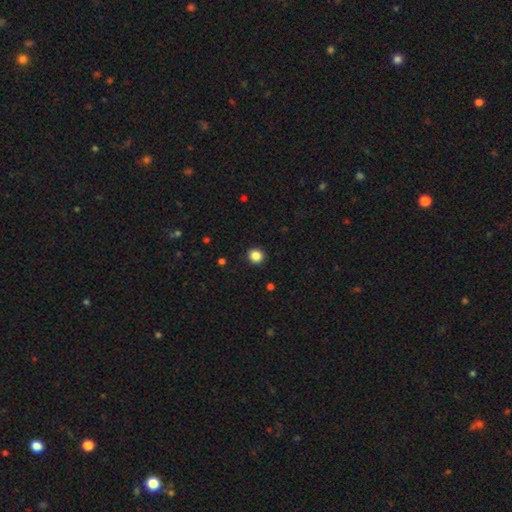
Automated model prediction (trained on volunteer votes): Q: Smooth or featured?
A: smooth (86%); runner-up: star or artifact (11%)
Q: How rounded?
A: round (91%); runner-up: in between (8%)
Q: Merging?
A: none (92%); runner-up: minor disturbance (5%)